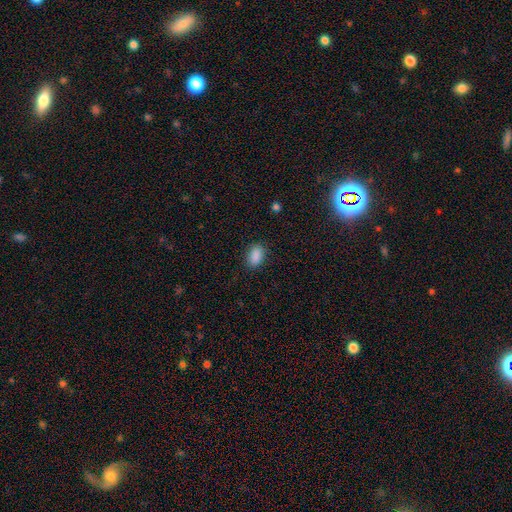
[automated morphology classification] smooth_or_featured: smooth (p=0.89) [alt: star or artifact p=0.08]
how_rounded: in between (p=0.89) [alt: round p=0.09]
merging: none (p=0.87) [alt: minor disturbance p=0.09]